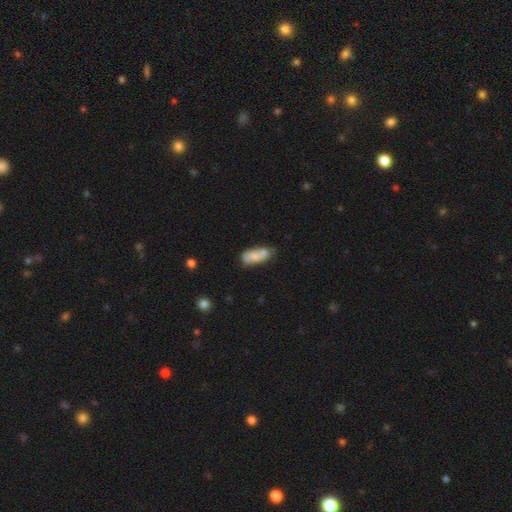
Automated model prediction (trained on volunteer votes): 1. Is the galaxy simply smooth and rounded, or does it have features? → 65% smooth, 28% featured or disk, 7% star or artifact.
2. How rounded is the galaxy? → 82% in between, 15% cigar-shaped, 3% round.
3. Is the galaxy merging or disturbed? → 46% none, 26% minor disturbance, 20% merger, 8% major disturbance.